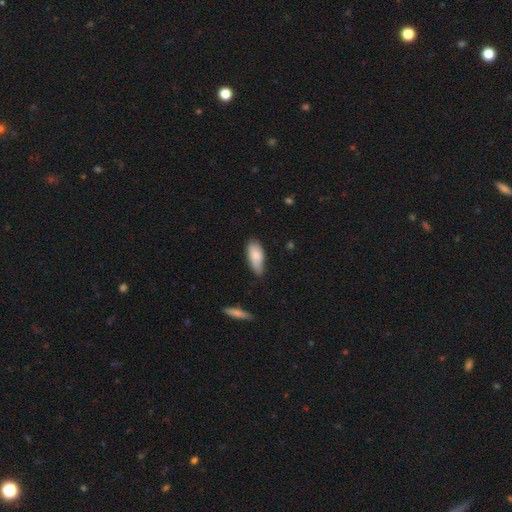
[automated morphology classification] Q: Smooth or featured?
A: smooth (81%); runner-up: featured or disk (13%)
Q: How rounded?
A: in between (85%); runner-up: cigar-shaped (13%)
Q: Merging?
A: none (65%); runner-up: minor disturbance (29%)